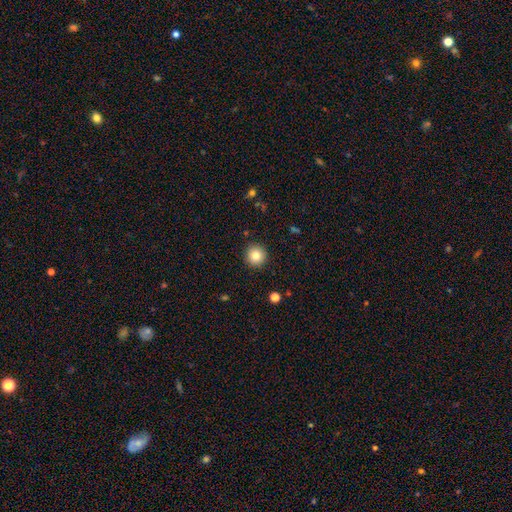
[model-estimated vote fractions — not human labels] A smooth galaxy with no disk features (82%) that is round (95%).

Vote fractions:
- Smooth or featured? smooth: 82% / star or artifact: 11% / featured or disk: 7%
- How rounded? round: 95% / in between: 4% / cigar-shaped: 1%
- Merging? none: 92% / minor disturbance: 5% / major disturbance: 2% / merger: 1%